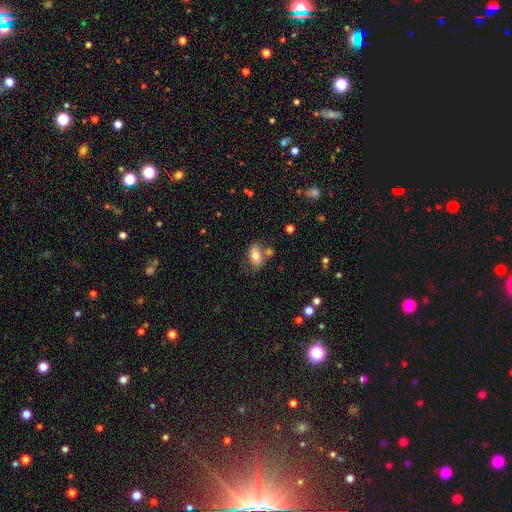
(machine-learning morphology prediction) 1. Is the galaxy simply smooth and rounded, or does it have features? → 72% smooth, 20% featured or disk, 8% star or artifact.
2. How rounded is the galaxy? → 90% in between, 8% round, 3% cigar-shaped.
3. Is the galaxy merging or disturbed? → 56% none, 19% minor disturbance, 17% merger, 8% major disturbance.